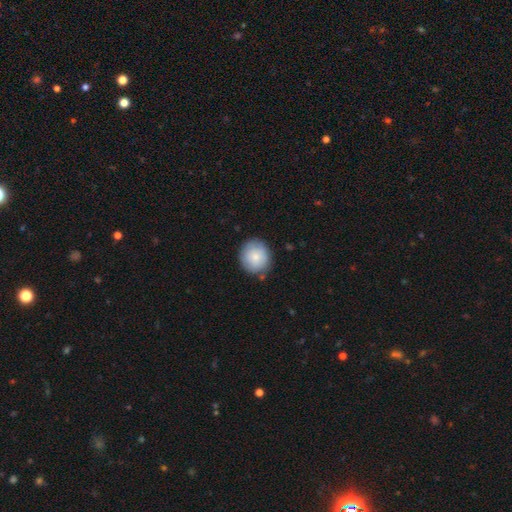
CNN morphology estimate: Smooth or featured?
  - smooth: 77% *
  - featured or disk: 16%
  - star or artifact: 7%
How rounded?
  - round: 83% *
  - in between: 16%
  - cigar-shaped: 1%
Merging?
  - none: 81% *
  - minor disturbance: 14%
  - major disturbance: 3%
  - merger: 2%